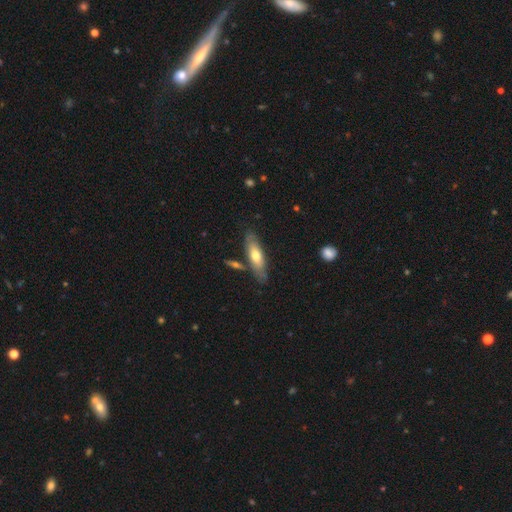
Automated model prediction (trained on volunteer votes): A smooth galaxy with no disk features (57%) that is in between round and cigar-shaped (51%). Merging: none (73%).